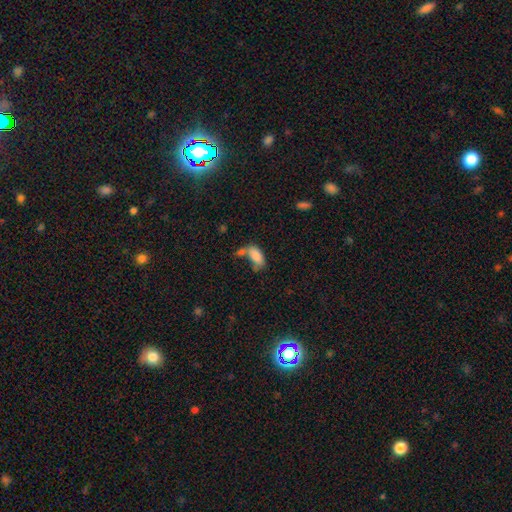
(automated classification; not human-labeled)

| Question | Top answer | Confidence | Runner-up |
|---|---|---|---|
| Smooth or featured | smooth | 81% | featured or disk (10%) |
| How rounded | in between | 90% | cigar-shaped (6%) |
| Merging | merger | 34% | none (33%) |